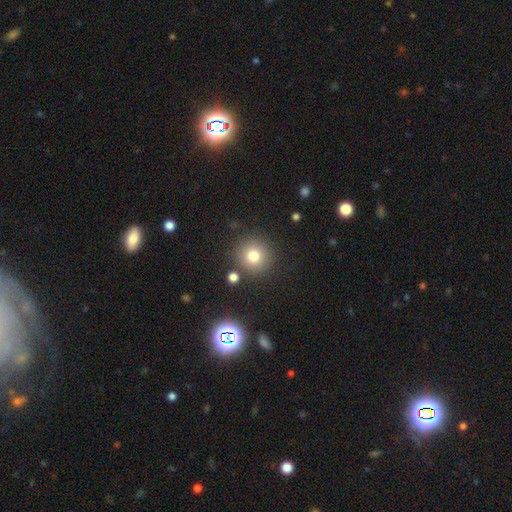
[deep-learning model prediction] Smooth or featured? Predicted: smooth (p=0.57). How rounded? Predicted: round (p=0.94). Merging? Predicted: none (p=0.88).